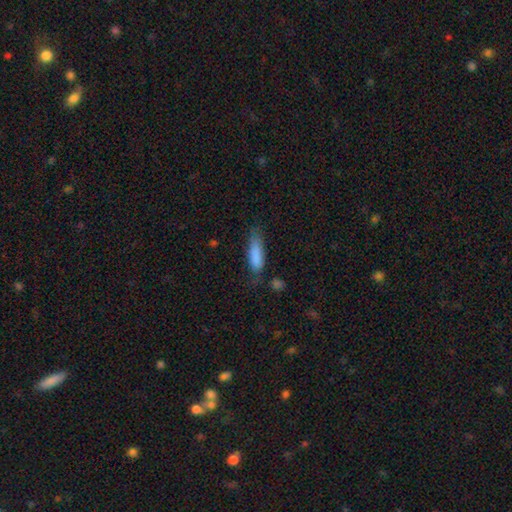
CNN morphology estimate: The model was most divided on "how rounded": cigar-shaped: 54%, in between: 44%, round: 2%. More confident: smooth or featured — smooth (82%); merging — none (51%).